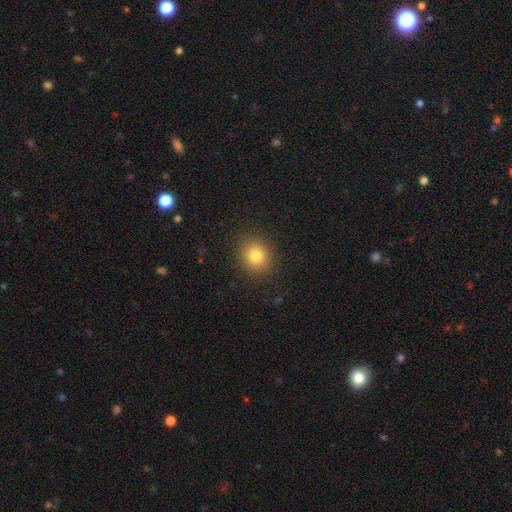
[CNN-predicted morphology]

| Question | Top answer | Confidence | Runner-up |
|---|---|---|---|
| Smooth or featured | smooth | 80% | star or artifact (12%) |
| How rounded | round | 74% | in between (25%) |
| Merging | none | 89% | minor disturbance (7%) |